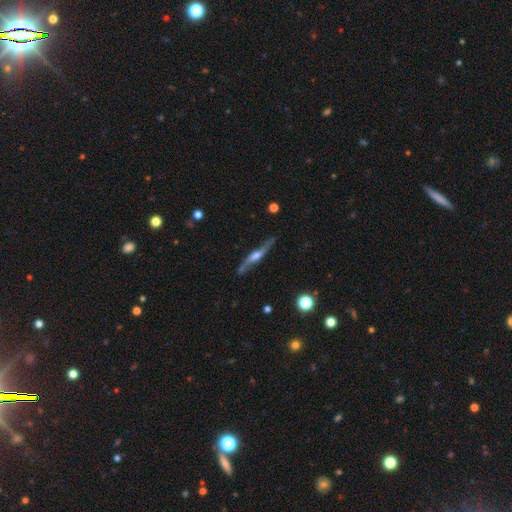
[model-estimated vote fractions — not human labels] The model was most divided on "smooth or featured": featured or disk: 74%, smooth: 20%, star or artifact: 6%. More confident: edge-on disk — yes (80%); merging — none (74%); edge-on bulge — rounded (73%).